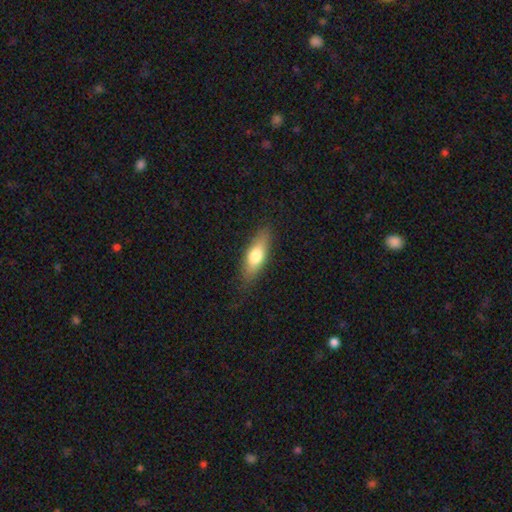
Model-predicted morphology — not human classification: Q: Smooth or featured?
A: smooth (69%); runner-up: featured or disk (25%)
Q: How rounded?
A: in between (59%); runner-up: cigar-shaped (38%)
Q: Merging?
A: none (83%); runner-up: minor disturbance (13%)